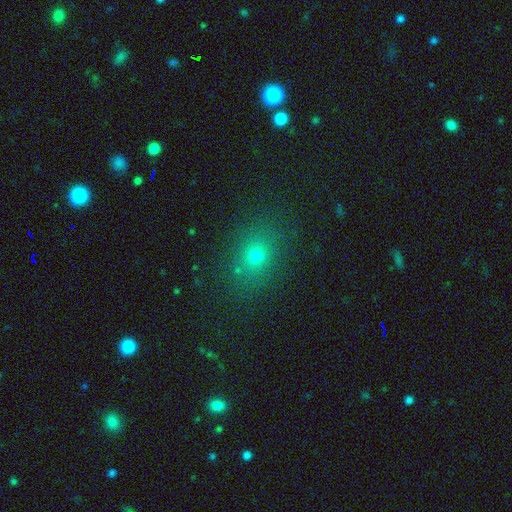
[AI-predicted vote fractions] This appears to be a smooth galaxy with no disk features (69%) that is round (60%). Merging: none (84%).